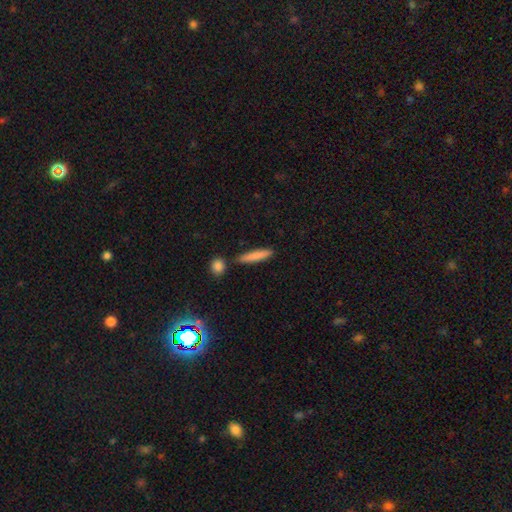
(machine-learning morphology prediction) smooth_or_featured: smooth (p=0.82) [alt: featured or disk p=0.12]
how_rounded: cigar-shaped (p=0.88) [alt: in between p=0.10]
merging: none (p=0.82) [alt: minor disturbance p=0.09]